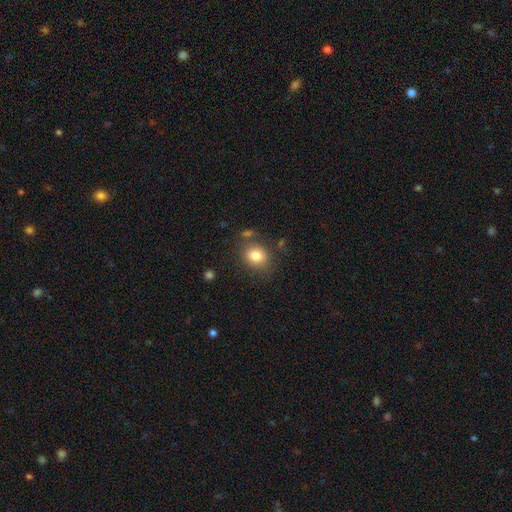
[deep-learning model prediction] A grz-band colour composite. It shows a smooth galaxy with no disk features (82%) that is round (64%). Merging: none (77%).